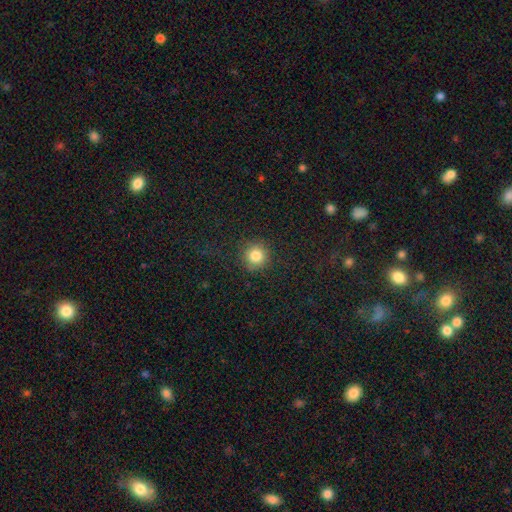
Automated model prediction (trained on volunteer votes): Q: Smooth or featured?
A: smooth (83%); runner-up: star or artifact (12%)
Q: How rounded?
A: round (94%); runner-up: in between (5%)
Q: Merging?
A: none (88%); runner-up: minor disturbance (7%)